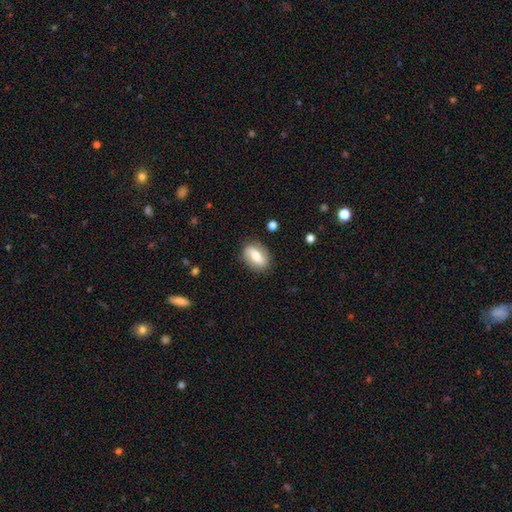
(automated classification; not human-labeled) Morphology: type=smooth (52%); roundness=in between (79%); merging=none (85%).